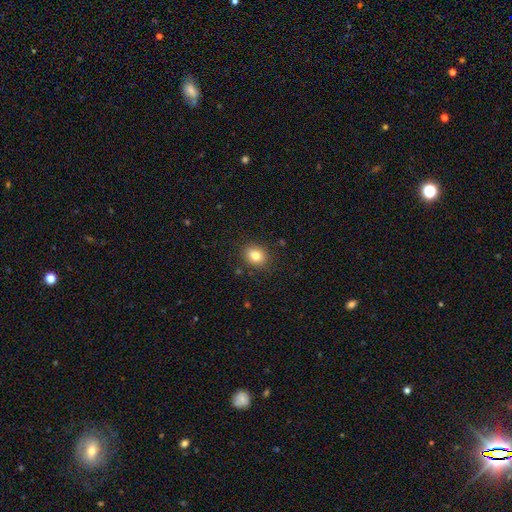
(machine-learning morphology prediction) A smooth galaxy with no disk features (79%) that is round (62%).

Vote fractions:
- Smooth or featured? smooth: 79% / star or artifact: 11% / featured or disk: 9%
- How rounded? round: 62% / in between: 37% / cigar-shaped: 1%
- Merging? none: 86% / minor disturbance: 10% / major disturbance: 3% / merger: 2%